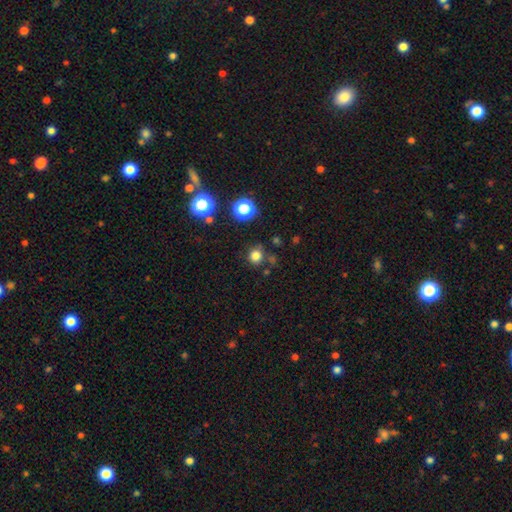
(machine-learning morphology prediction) Q: Smooth or featured?
A: smooth (78%); runner-up: star or artifact (17%)
Q: How rounded?
A: round (89%); runner-up: in between (10%)
Q: Merging?
A: none (79%); runner-up: minor disturbance (11%)